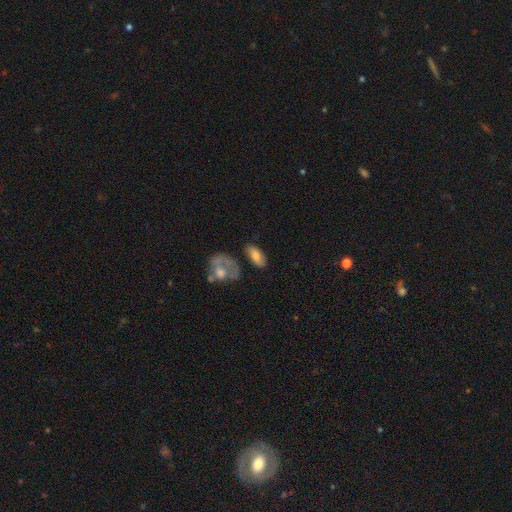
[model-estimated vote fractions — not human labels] A smooth galaxy with no disk features (66%) that is in between round and cigar-shaped (88%). Merging: none (57%).